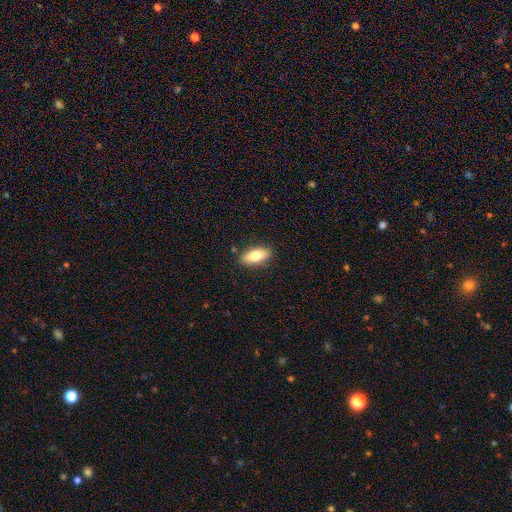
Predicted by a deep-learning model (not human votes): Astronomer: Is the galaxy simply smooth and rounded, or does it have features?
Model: smooth — 77%.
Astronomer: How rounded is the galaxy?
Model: in between — 81%.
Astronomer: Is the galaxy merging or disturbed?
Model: none — 86%.